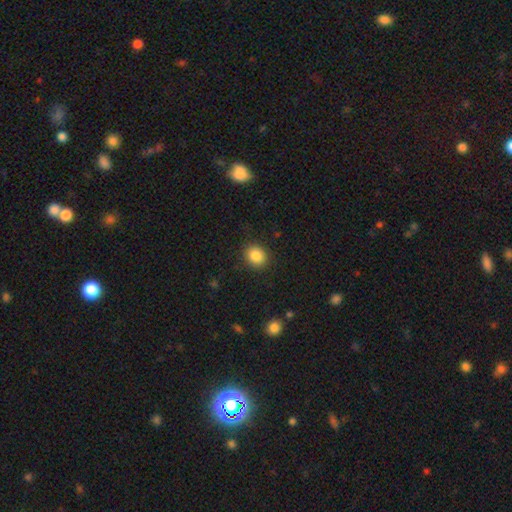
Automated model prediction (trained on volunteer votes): Smooth or featured? smooth (86%)
How rounded? round (72%)
Merging? none (88%)